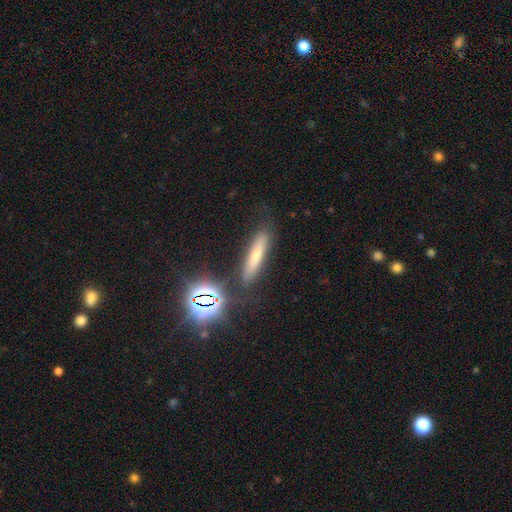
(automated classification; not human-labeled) Smooth or featured?
  - smooth: 55% *
  - featured or disk: 28%
  - star or artifact: 17%
How rounded?
  - cigar-shaped: 85% *
  - in between: 12%
  - round: 3%
Merging?
  - none: 81% *
  - minor disturbance: 12%
  - major disturbance: 4%
  - merger: 4%